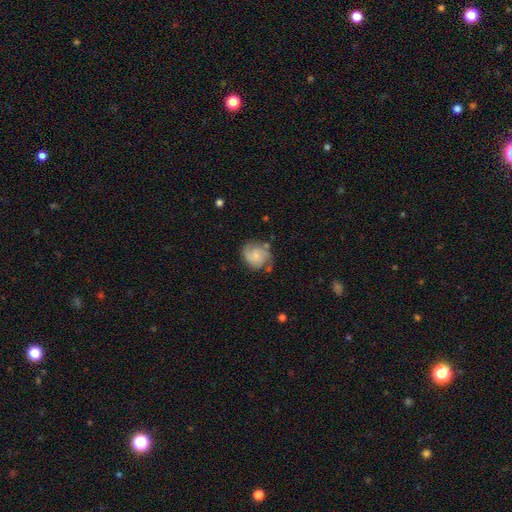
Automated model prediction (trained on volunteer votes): smooth_or_featured: featured or disk (p=0.53) [alt: smooth p=0.39]
disk_edge_on: no (p=0.98) [alt: yes p=0.02]
bar: no (p=0.73) [alt: weak p=0.24]
has_spiral_arms: yes (p=0.86) [alt: no p=0.14]
bulge_size: small (p=0.56) [alt: moderate p=0.22]
merging: none (p=0.59) [alt: minor disturbance p=0.25]